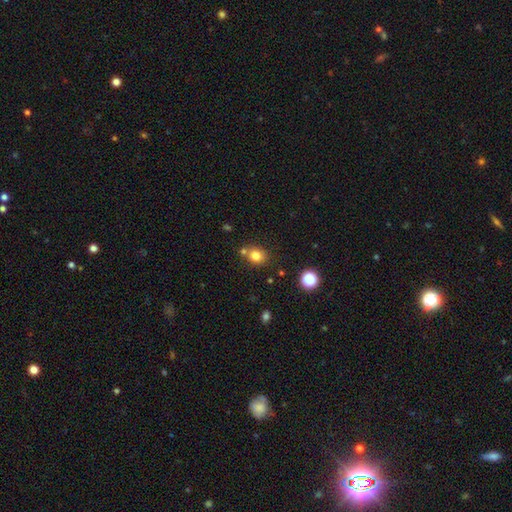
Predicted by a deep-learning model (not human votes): smooth-or-featured: smooth: 79% | star or artifact: 13% | featured or disk: 8%
  how-rounded: round: 72% | in between: 27% | cigar-shaped: 1%
  merging: none: 70% | merger: 16% | minor disturbance: 11% | major disturbance: 3%